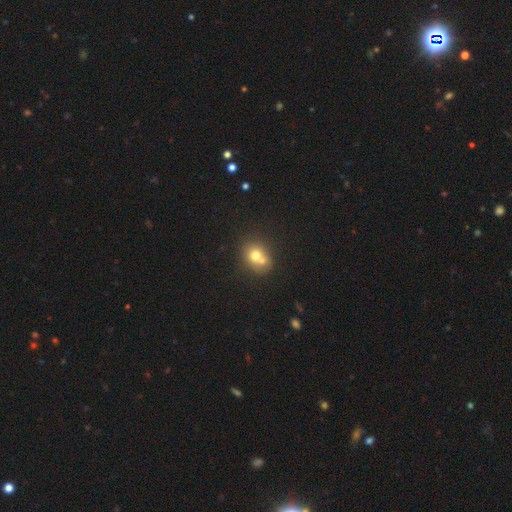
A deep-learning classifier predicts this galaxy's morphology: type=smooth (69%); roundness=round (69%); merging=merger (45%).